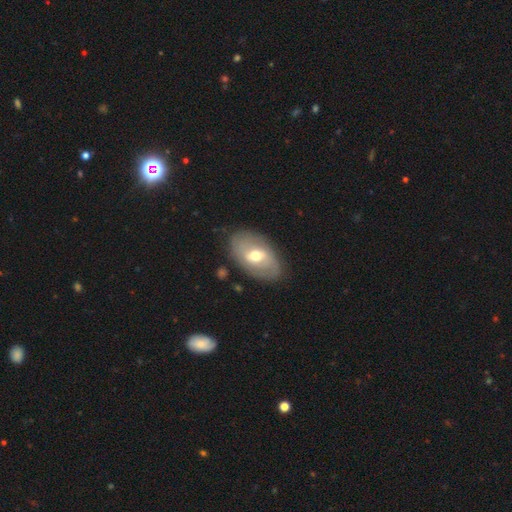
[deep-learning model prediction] Smooth or featured?
  - featured or disk: 55% *
  - smooth: 38%
  - star or artifact: 6%
Edge-on disk?
  - no: 92% *
  - yes: 8%
Bar?
  - weak: 48% *
  - no: 31%
  - strong: 21%
Spiral arms?
  - yes: 50% * (tied)
  - no: 50% * (tied)
Bulge size?
  - moderate: 72% *
  - small: 19%
  - large: 8%
  - dominant: 1%
  - none: 1%
Merging?
  - none: 78% *
  - minor disturbance: 15%
  - major disturbance: 5%
  - merger: 2%